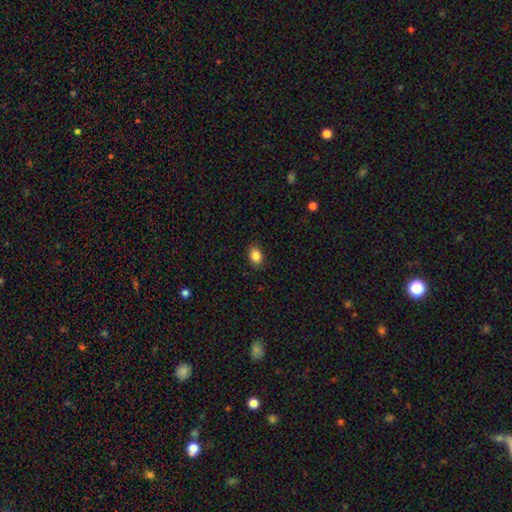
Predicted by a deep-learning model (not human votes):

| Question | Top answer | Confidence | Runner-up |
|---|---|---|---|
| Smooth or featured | smooth | 87% | star or artifact (9%) |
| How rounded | in between | 76% | round (23%) |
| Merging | none | 89% | minor disturbance (8%) |